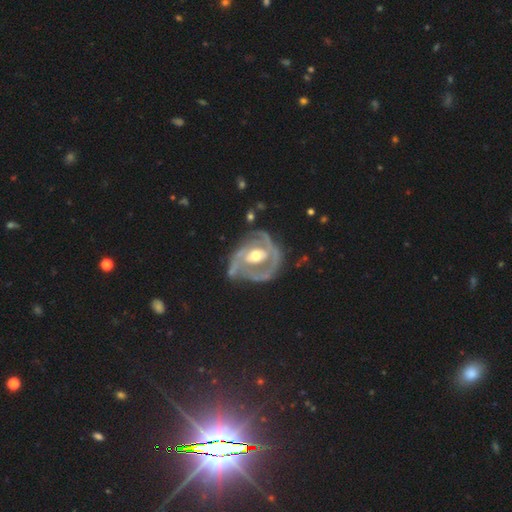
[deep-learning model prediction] This appears to be a featured or disk galaxy (85%) with no bar (54%), 2 (42%) tight (54%) spiral arms (84%) and a moderate central bulge (73%). Merging: none (53%).